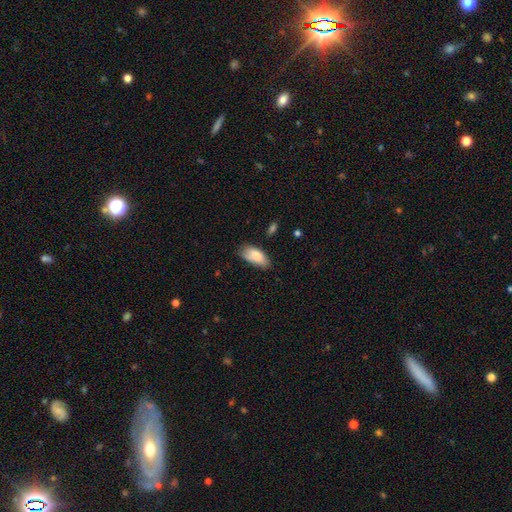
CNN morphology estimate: smooth 84%, featured or disk 9%, star or artifact 6%. Down the decision tree: how rounded — in between (90%); merging — none (62%).